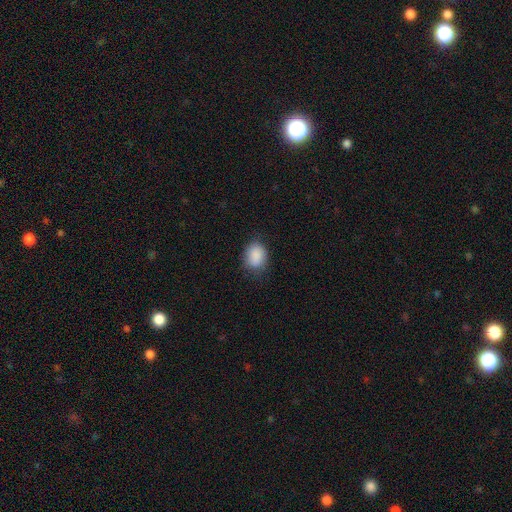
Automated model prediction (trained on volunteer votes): Morphology: type=smooth (88%); roundness=in between (61%); merging=none (77%).